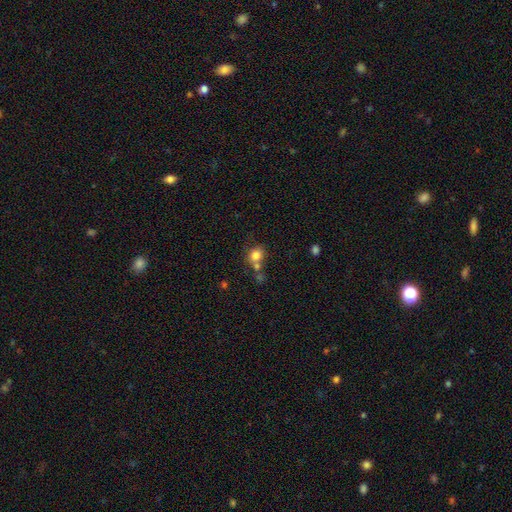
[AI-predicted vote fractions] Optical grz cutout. It shows a smooth galaxy with no disk features (79%) that is round (76%). Merging: none (51%).